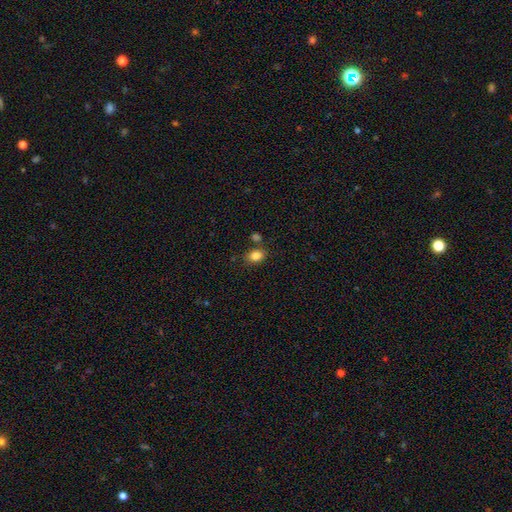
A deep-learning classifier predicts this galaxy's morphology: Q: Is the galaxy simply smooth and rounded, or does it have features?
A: smooth — 85%.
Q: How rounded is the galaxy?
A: in between — 65%.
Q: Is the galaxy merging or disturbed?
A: none — 75%.